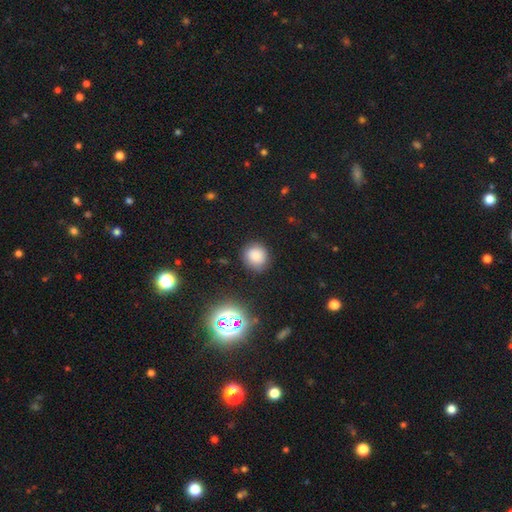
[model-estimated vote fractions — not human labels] Smooth or featured? smooth (81%)
How rounded? round (86%)
Merging? none (85%)